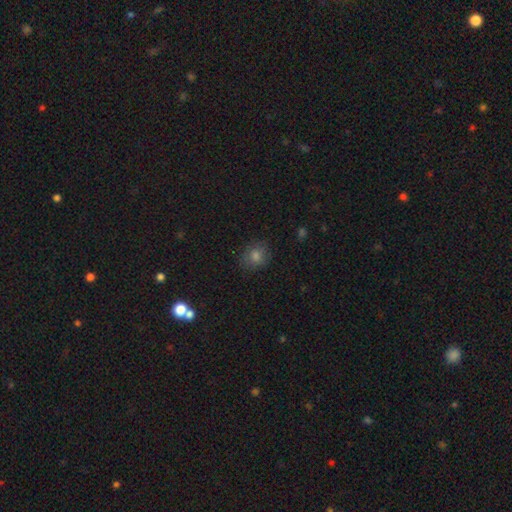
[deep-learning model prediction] Morphology: type=smooth (75%); roundness=round (72%); merging=none (84%).